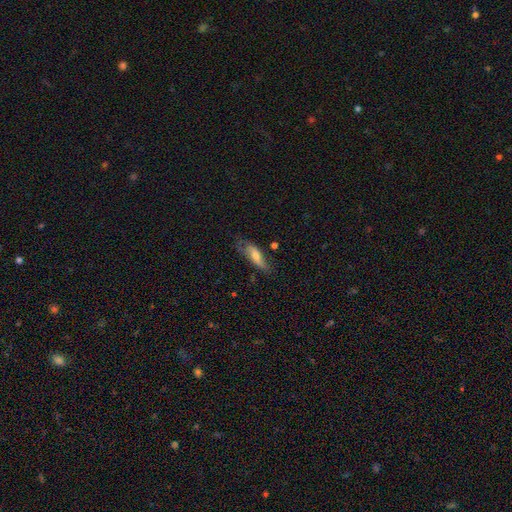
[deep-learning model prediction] smooth-or-featured: smooth: 52% | featured or disk: 41% | star or artifact: 7%
  how-rounded: in between: 56% | cigar-shaped: 42% | round: 3%
  merging: none: 56% | minor disturbance: 29% | major disturbance: 12% | merger: 3%